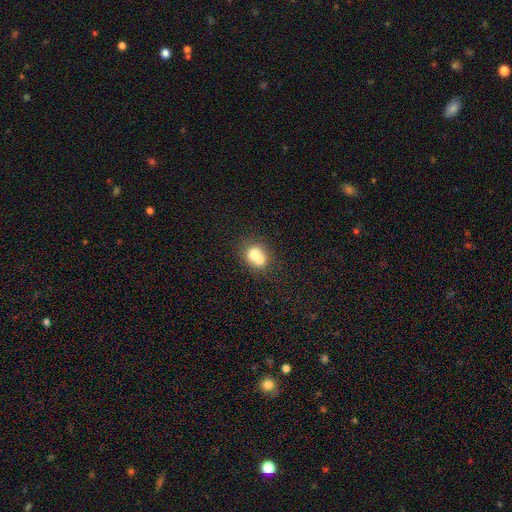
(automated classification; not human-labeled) The model was most divided on "how rounded": round: 65%, in between: 34%, cigar-shaped: 1%. More confident: smooth or featured — smooth (69%); merging — merger (62%).